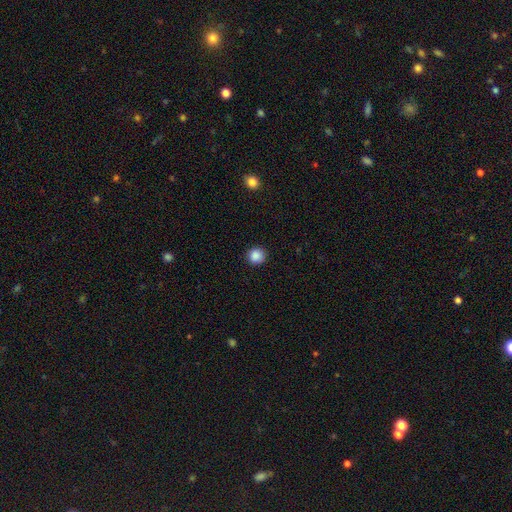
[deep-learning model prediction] The model was most divided on "smooth or featured": smooth: 87%, star or artifact: 10%, featured or disk: 3%. More confident: how rounded — round (92%); merging — none (89%).